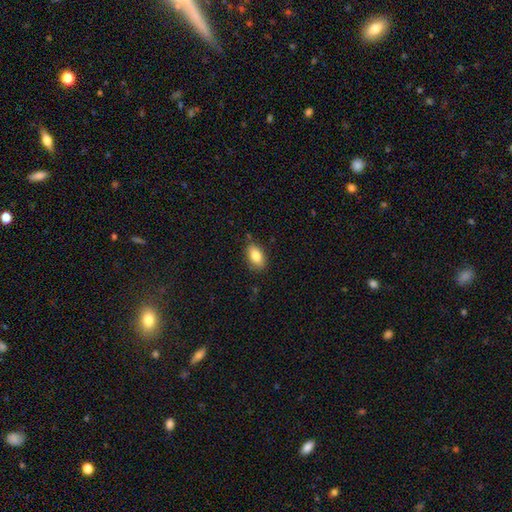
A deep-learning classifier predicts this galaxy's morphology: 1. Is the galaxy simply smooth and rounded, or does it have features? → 84% smooth, 9% featured or disk, 7% star or artifact.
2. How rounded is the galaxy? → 90% in between, 6% round, 4% cigar-shaped.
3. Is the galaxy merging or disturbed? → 81% none, 14% minor disturbance, 3% major disturbance, 2% merger.